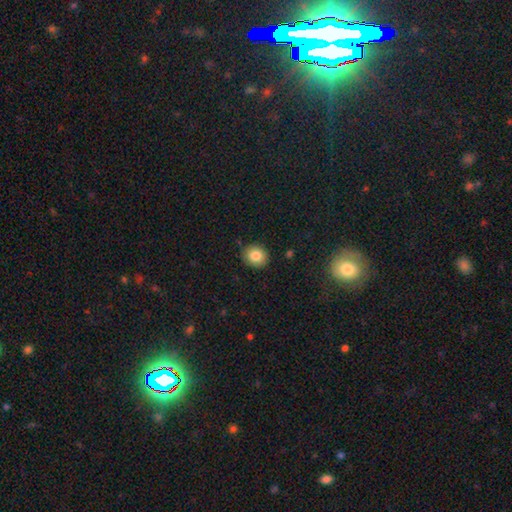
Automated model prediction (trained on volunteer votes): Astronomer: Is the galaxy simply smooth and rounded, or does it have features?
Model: smooth — 83%.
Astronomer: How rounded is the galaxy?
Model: round — 76%.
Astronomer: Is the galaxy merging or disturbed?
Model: none — 88%.